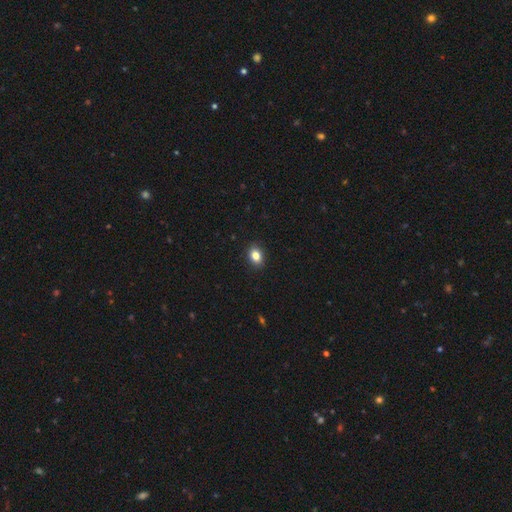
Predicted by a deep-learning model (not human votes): This appears to be a smooth galaxy with no disk features (83%) that is in between round and cigar-shaped (66%). Merging: none (90%).